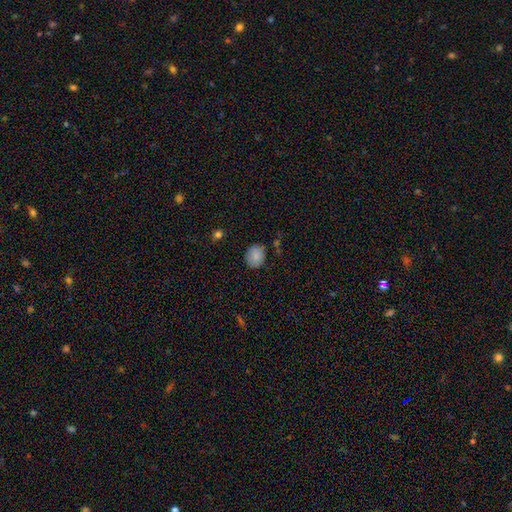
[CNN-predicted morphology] Q: Smooth or featured?
A: smooth (87%); runner-up: star or artifact (8%)
Q: How rounded?
A: round (67%); runner-up: in between (32%)
Q: Merging?
A: none (80%); runner-up: minor disturbance (14%)